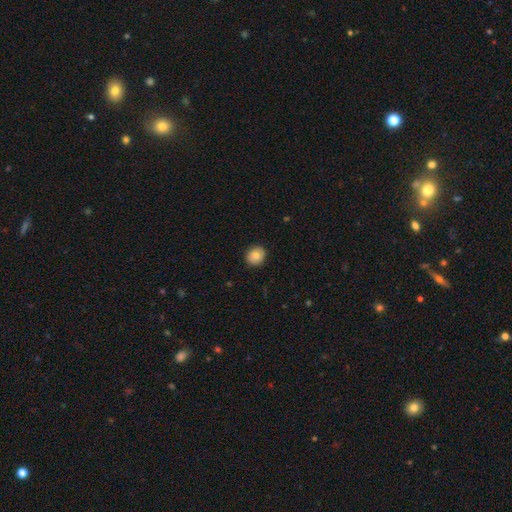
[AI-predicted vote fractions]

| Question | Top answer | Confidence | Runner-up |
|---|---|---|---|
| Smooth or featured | smooth | 82% | featured or disk (10%) |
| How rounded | round | 74% | in between (25%) |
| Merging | none | 89% | minor disturbance (9%) |